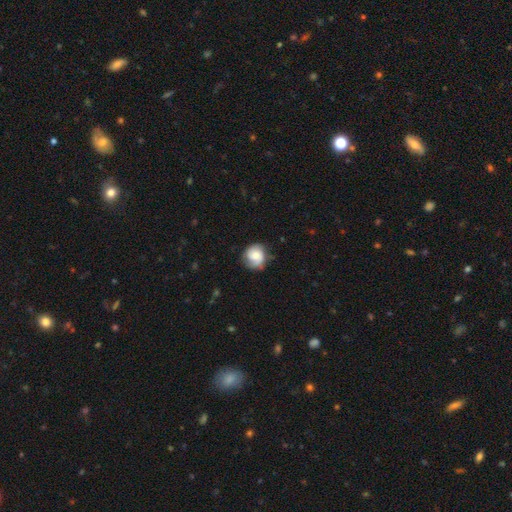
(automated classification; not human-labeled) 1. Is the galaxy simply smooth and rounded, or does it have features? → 56% smooth, 37% featured or disk, 8% star or artifact.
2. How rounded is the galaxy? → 82% round, 17% in between, 1% cigar-shaped.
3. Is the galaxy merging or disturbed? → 67% none, 25% minor disturbance, 7% major disturbance, 1% merger.